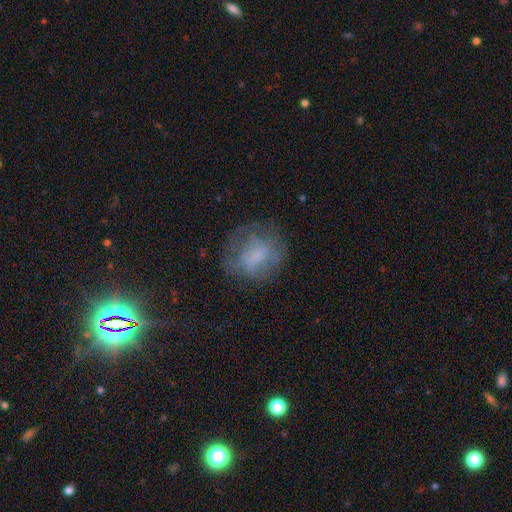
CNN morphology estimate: smooth 52%, featured or disk 34%, star or artifact 13%. Down the decision tree: how rounded — round (66%); merging — none (59%).